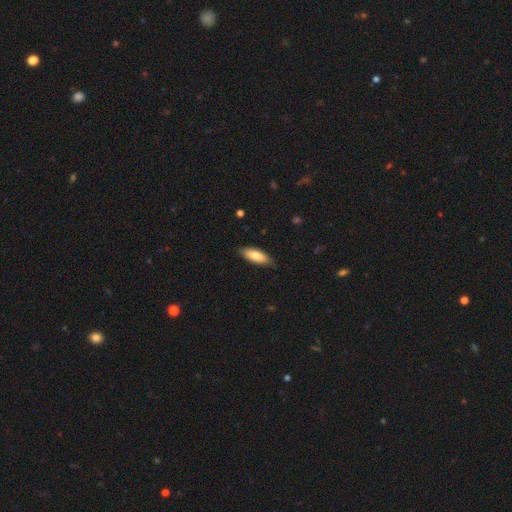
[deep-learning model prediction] The model was most divided on "how rounded": in between: 70%, cigar-shaped: 28%, round: 2%. More confident: merging — none (80%); smooth or featured — smooth (80%).